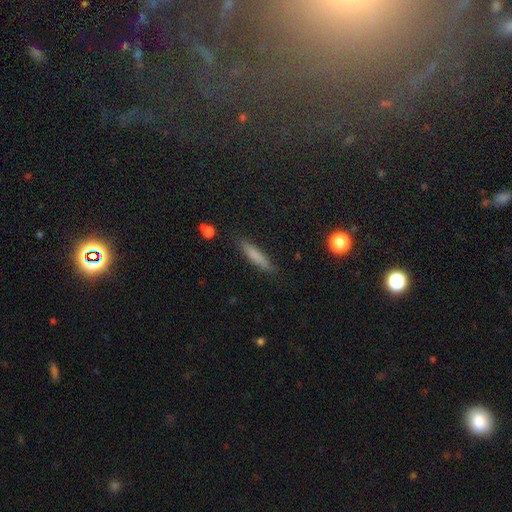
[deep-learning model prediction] This appears to be a smooth galaxy with no disk features (77%) that is cigar-shaped (86%). Merging: none (86%).